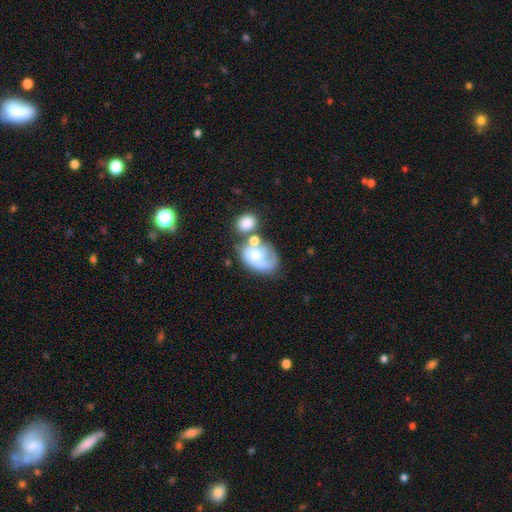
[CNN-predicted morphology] Overall: featured or disk (47%; smooth 44%). Merging: merger (36%; none 29%).